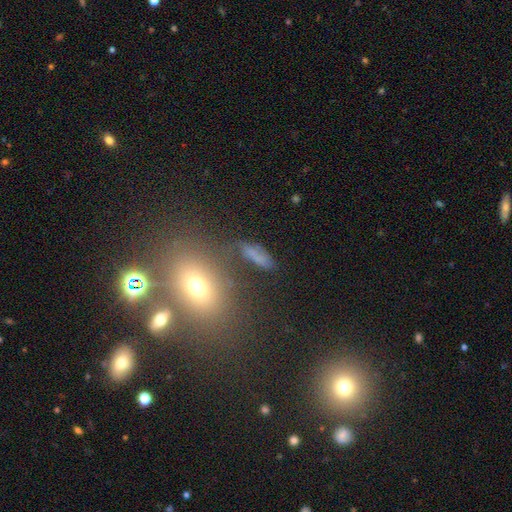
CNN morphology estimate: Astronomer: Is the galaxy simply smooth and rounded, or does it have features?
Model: smooth — 60%.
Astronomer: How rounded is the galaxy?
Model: in between — 47% (runner-up: cigar-shaped, 44%).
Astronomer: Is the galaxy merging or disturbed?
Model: none — 62%.